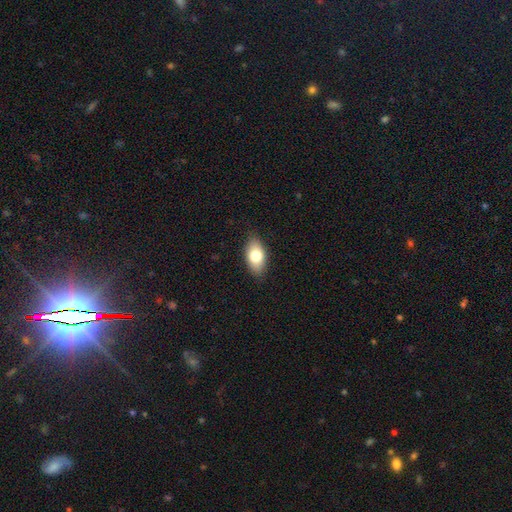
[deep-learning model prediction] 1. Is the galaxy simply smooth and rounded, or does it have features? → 77% smooth, 16% featured or disk, 7% star or artifact.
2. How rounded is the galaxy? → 91% in between, 5% round, 3% cigar-shaped.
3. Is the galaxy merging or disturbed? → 86% none, 11% minor disturbance, 2% major disturbance, 1% merger.